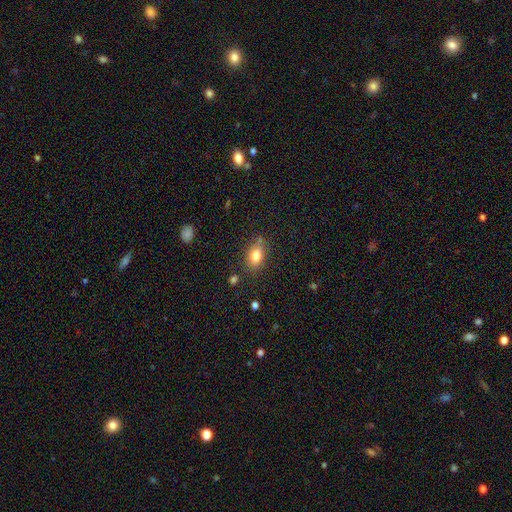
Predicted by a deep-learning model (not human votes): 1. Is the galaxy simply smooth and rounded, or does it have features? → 81% smooth, 10% star or artifact, 9% featured or disk.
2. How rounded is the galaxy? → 75% in between, 23% round, 2% cigar-shaped.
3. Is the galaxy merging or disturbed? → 77% none, 15% minor disturbance, 5% merger, 4% major disturbance.